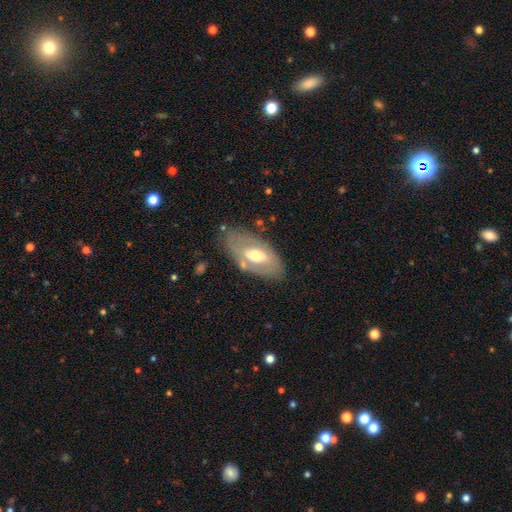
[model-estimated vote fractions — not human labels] Smooth or featured? Predicted: featured or disk (p=0.55). Edge-on disk? Predicted: no (p=0.85). Merging? Predicted: none (p=0.71).